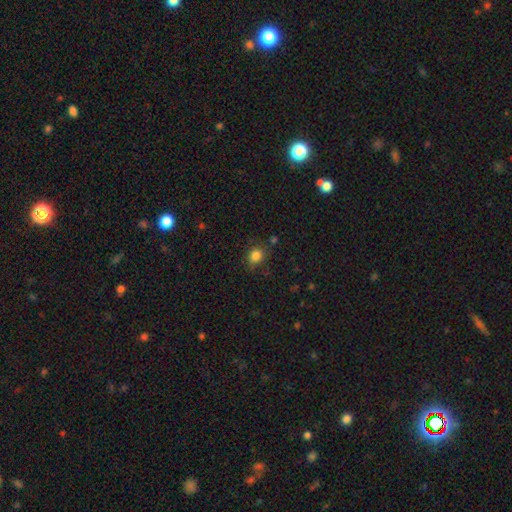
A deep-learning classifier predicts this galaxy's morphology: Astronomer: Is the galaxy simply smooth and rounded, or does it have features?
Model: smooth — 83%.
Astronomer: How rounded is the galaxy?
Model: round — 57% (runner-up: in between, 42%).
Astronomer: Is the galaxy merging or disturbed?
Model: none — 77%.